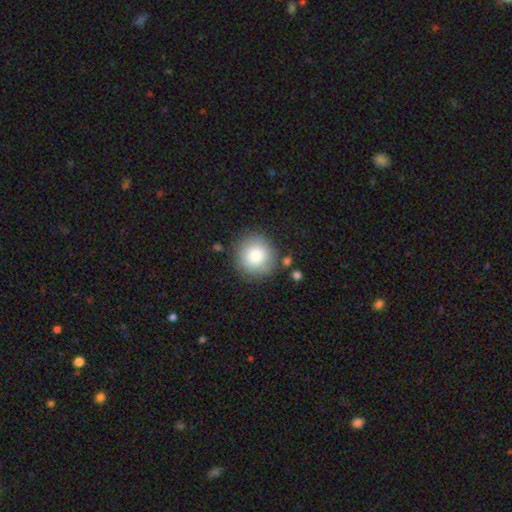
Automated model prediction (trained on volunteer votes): smooth 79%, featured or disk 12%, star or artifact 9%. Down the decision tree: how rounded — round (93%); merging — none (83%).